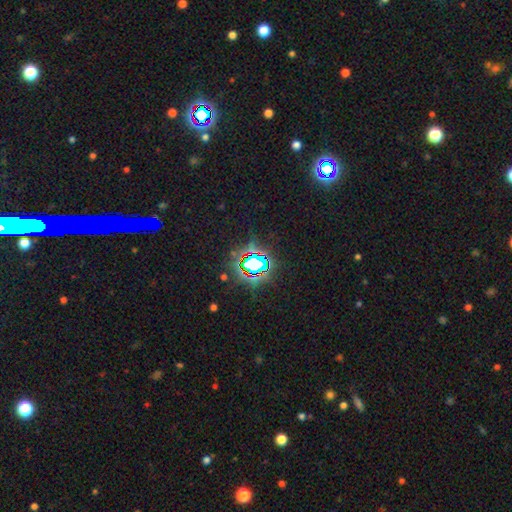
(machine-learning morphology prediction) Smooth or featured?
  - star or artifact: 79% *
  - smooth: 13%
  - featured or disk: 8%